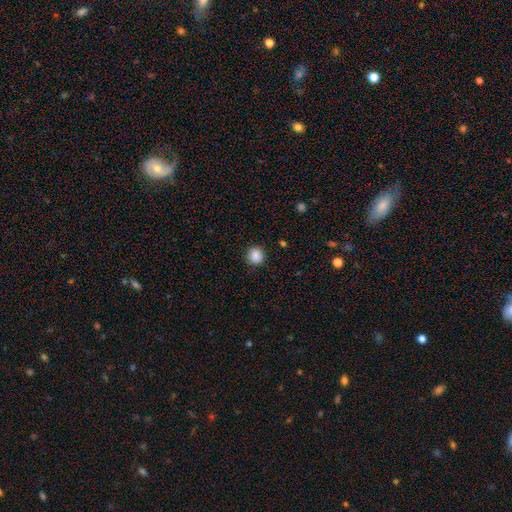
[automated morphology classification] A smooth galaxy with no disk features (88%) that is round (92%).

Vote fractions:
- Smooth or featured? smooth: 88% / star or artifact: 9% / featured or disk: 3%
- How rounded? round: 92% / in between: 7% / cigar-shaped: 1%
- Merging? none: 89% / minor disturbance: 7% / major disturbance: 2% / merger: 1%